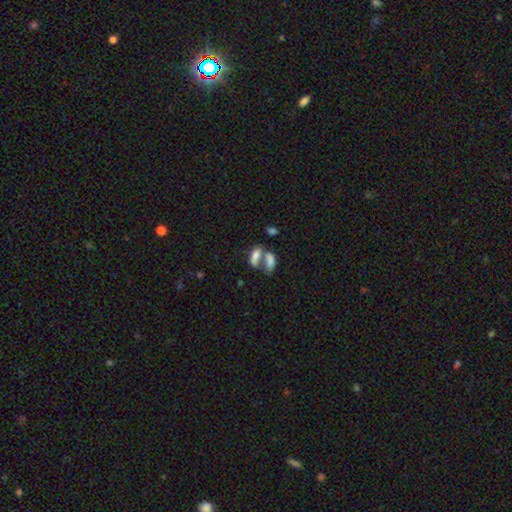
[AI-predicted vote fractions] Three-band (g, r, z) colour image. It shows a smooth galaxy with no disk features (71%) that is in between round and cigar-shaped (83%). Merging: merger (62%).